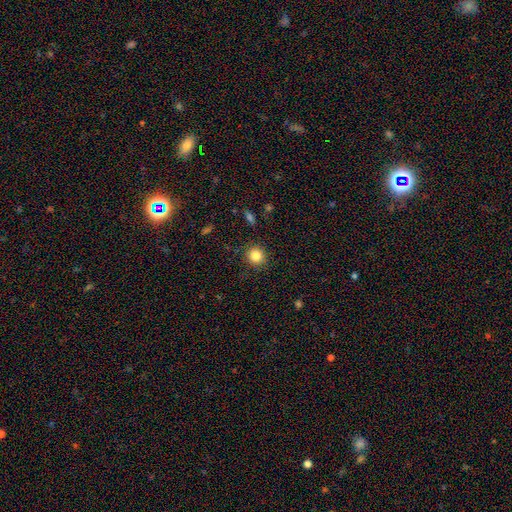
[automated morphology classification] smooth_or_featured: smooth (p=0.84) [alt: star or artifact p=0.11]
how_rounded: round (p=0.89) [alt: in between p=0.10]
merging: none (p=0.89) [alt: minor disturbance p=0.07]